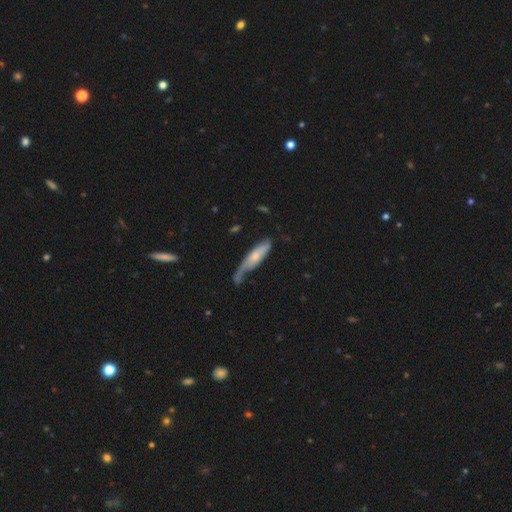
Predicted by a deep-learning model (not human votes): Smooth or featured? smooth (52%)
How rounded? cigar-shaped (65%)
Merging? none (33%)